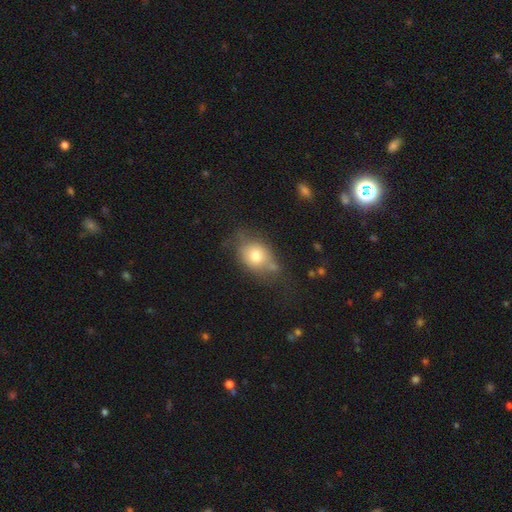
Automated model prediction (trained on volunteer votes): smooth 71%, featured or disk 20%, star or artifact 10%. Down the decision tree: how rounded — in between (60%); merging — none (47%).